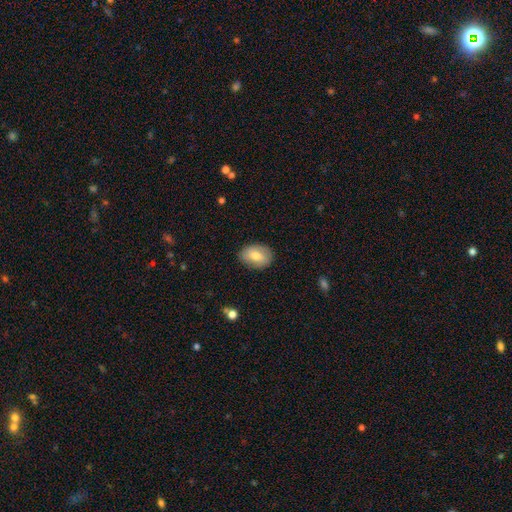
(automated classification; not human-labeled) smooth-or-featured: smooth: 71% | featured or disk: 22% | star or artifact: 7%
  how-rounded: in between: 79% | round: 20% | cigar-shaped: 1%
  merging: none: 85% | minor disturbance: 12% | major disturbance: 3% | merger: 1%